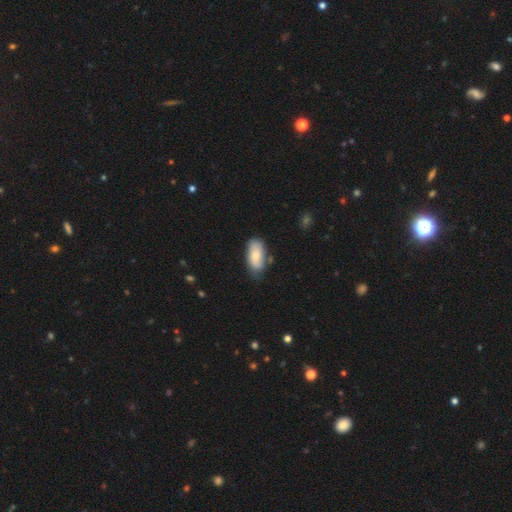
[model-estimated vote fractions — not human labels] A smooth galaxy with no disk features (75%) that is in between round and cigar-shaped (92%). Merging: none (63%).